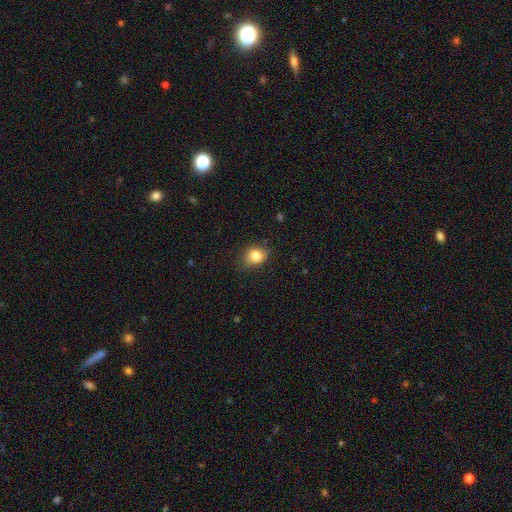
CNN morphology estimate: This appears to be a smooth galaxy with no disk features (82%) that is round (54%). Merging: none (71%).